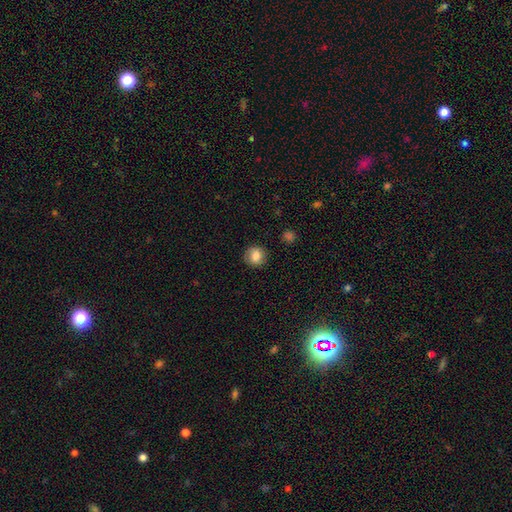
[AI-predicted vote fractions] Smooth or featured: smooth — 81% (featured or disk — 10%)
How rounded: round — 87% (in between — 12%)
Merging: none — 87% (minor disturbance — 9%)